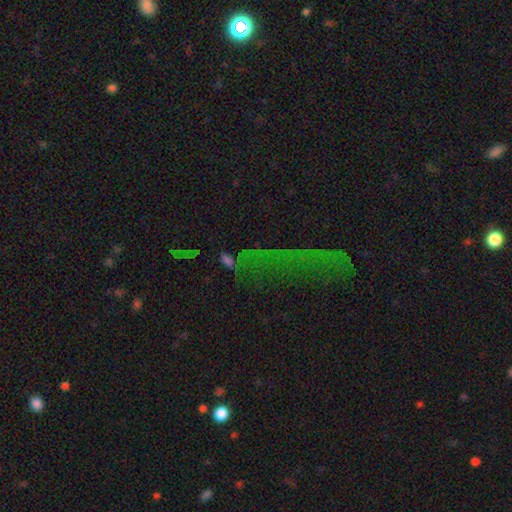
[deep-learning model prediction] Morphology: type=star or artifact (70%).